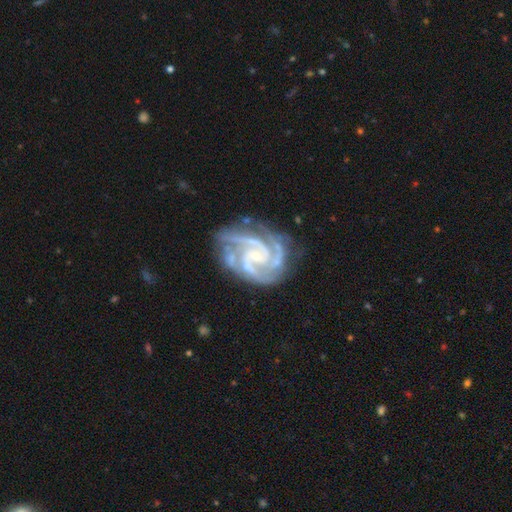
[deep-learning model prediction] smooth-or-featured: featured or disk: 93% | star or artifact: 4% | smooth: 2%
  disk-edge-on: no: 98% | yes: 2%
    bar: no: 57% | weak: 30% | strong: 13%
    has-spiral-arms: yes: 99% | no: 1%
      spiral-winding: tight: 61% | medium: 36% | loose: 3%
      spiral-arm-count: 3: 48% | 2: 26% | 4: 12% | can't tell: 6% | more than 4: 4% | 1: 4%
    bulge-size: small: 78% | moderate: 17% | none: 3% | large: 1% | dominant: 1%
  merging: none: 66% | minor disturbance: 21% | major disturbance: 9% | merger: 3%